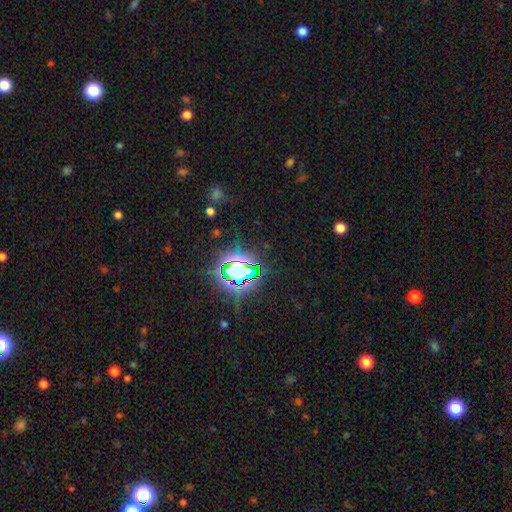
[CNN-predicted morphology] Smooth or featured?
  - star or artifact: 79% *
  - smooth: 14%
  - featured or disk: 7%